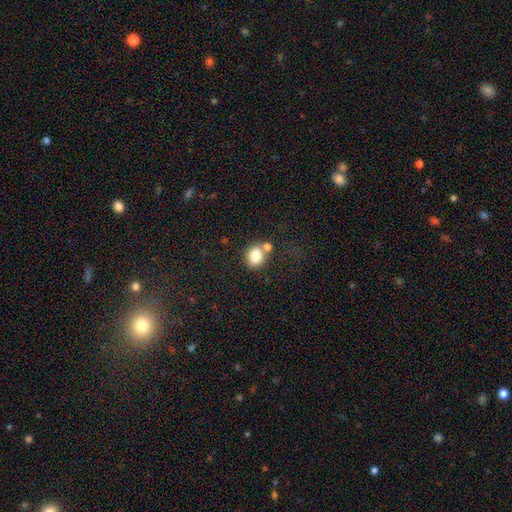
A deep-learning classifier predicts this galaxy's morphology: This appears to be a smooth galaxy with no disk features (82%) that is round (56%). Merging: none (61%).